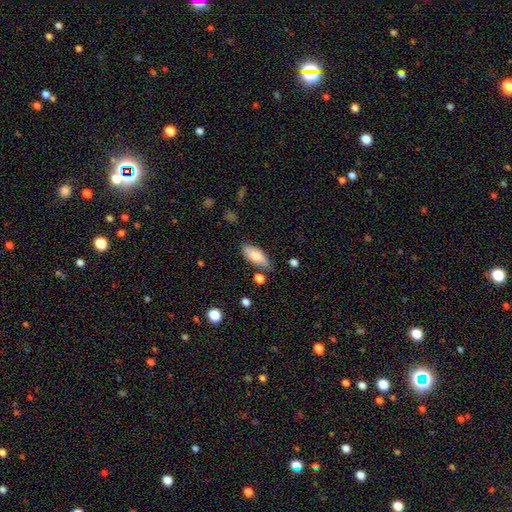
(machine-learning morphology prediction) smooth 79%, featured or disk 15%, star or artifact 7%. Down the decision tree: how rounded — in between (83%); merging — none (76%).